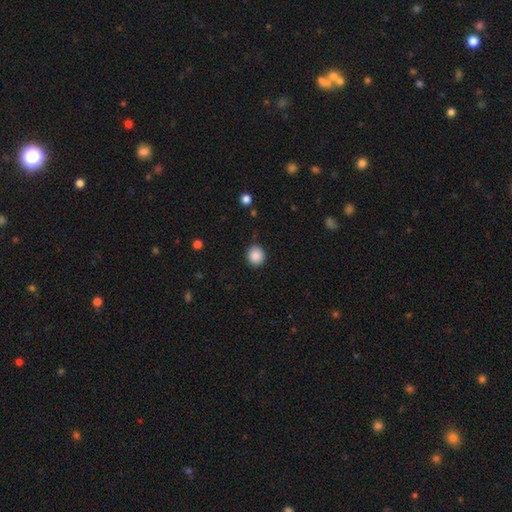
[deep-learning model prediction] A smooth galaxy with no disk features (88%) that is round (88%). Merging: none (88%).